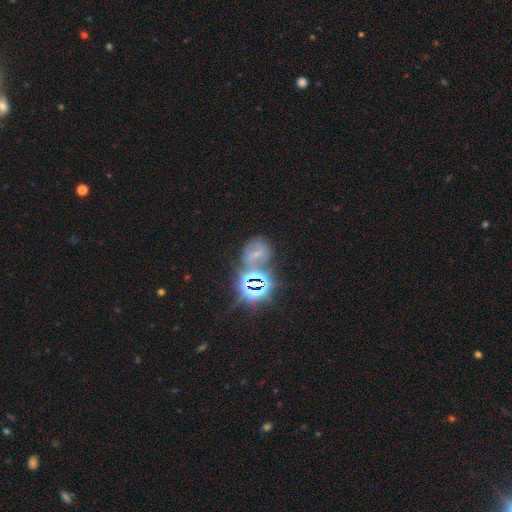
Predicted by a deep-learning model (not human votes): This appears to be a star or artifact, not a galaxy (41%).